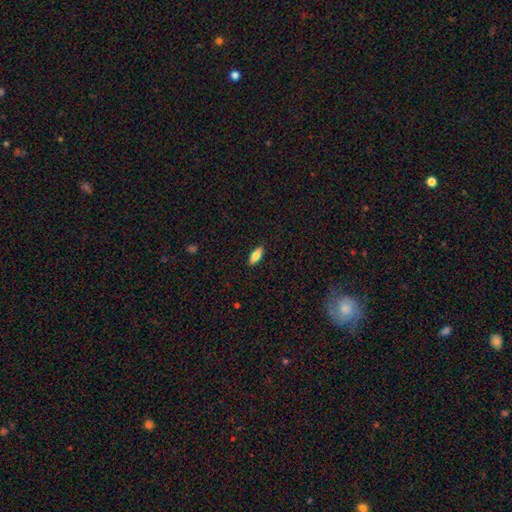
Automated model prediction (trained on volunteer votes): smooth 75%, featured or disk 19%, star or artifact 7%. Down the decision tree: how rounded — in between (72%); merging — none (89%).